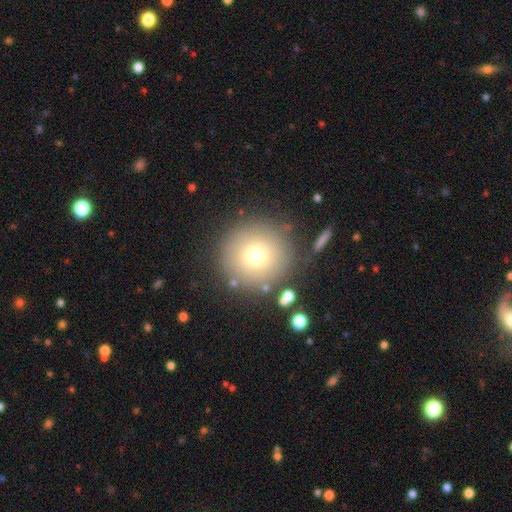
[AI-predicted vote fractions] A smooth galaxy with no disk features (73%) that is round (95%). Merging: none (83%).